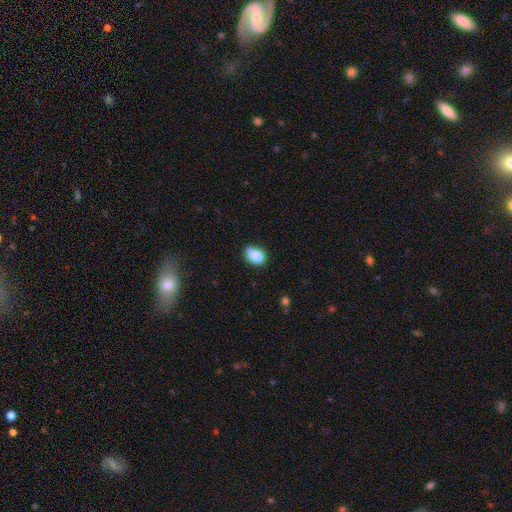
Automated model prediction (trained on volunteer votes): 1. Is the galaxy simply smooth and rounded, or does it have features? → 86% smooth, 8% star or artifact, 6% featured or disk.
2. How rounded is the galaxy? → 86% in between, 12% round, 2% cigar-shaped.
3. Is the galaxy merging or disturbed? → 67% none, 27% minor disturbance, 4% major disturbance, 2% merger.